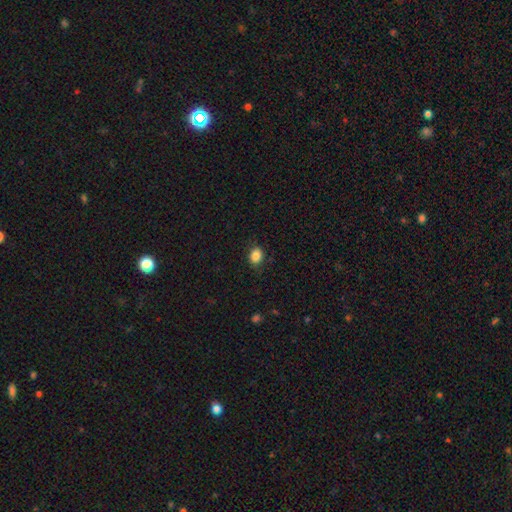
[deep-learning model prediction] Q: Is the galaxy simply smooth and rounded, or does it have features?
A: smooth — 86%.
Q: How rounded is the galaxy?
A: in between — 54%.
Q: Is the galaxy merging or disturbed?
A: none — 82%.